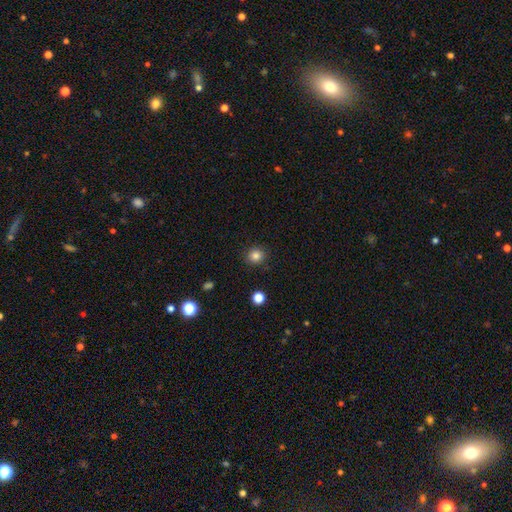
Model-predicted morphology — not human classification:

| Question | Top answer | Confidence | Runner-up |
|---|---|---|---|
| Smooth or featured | smooth | 84% | star or artifact (12%) |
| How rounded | round | 91% | in between (8%) |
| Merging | none | 90% | minor disturbance (6%) |